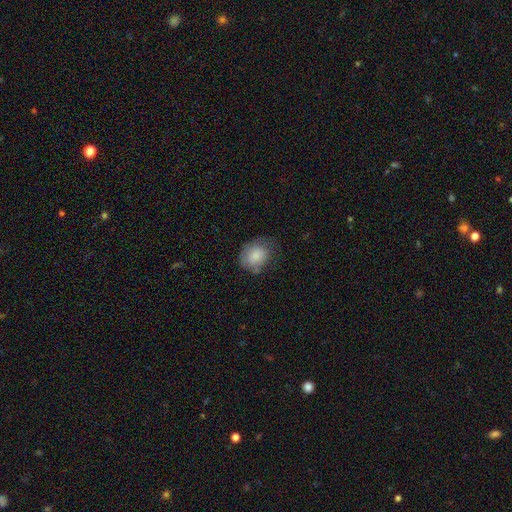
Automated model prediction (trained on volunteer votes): Smooth or featured? smooth (82%)
How rounded? round (58%)
Merging? none (54%)